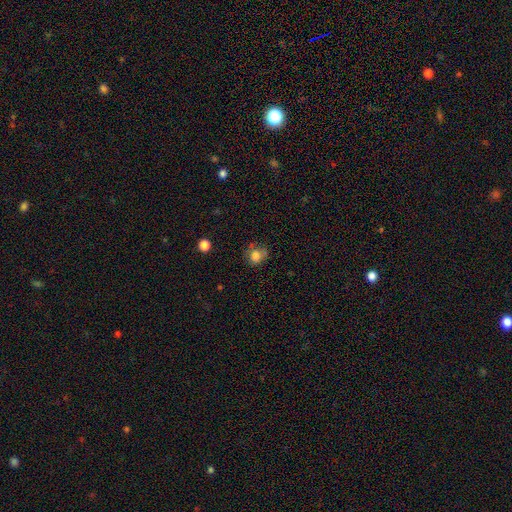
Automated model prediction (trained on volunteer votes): The model was most divided on "merging": none: 56%, minor disturbance: 27%, major disturbance: 12%, merger: 4%. More confident: smooth or featured — smooth (77%); how rounded — round (67%).